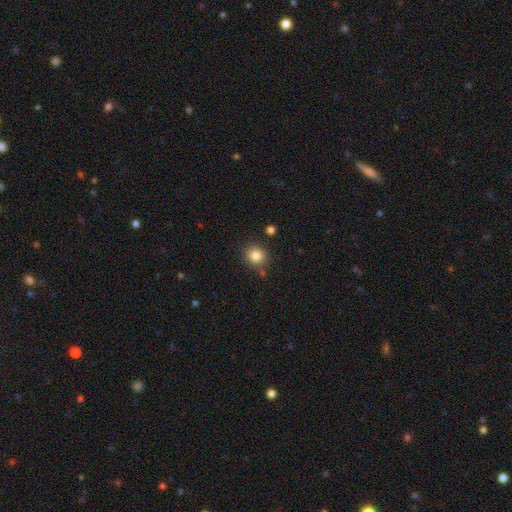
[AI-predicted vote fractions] Smooth or featured? smooth (83%)
How rounded? round (87%)
Merging? none (82%)